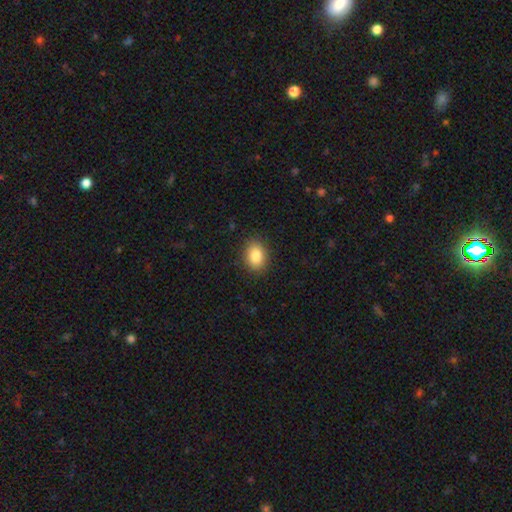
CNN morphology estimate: This is clearly a smooth galaxy (85%). How rounded: likely in between (71%). Merging: clearly none (89%).